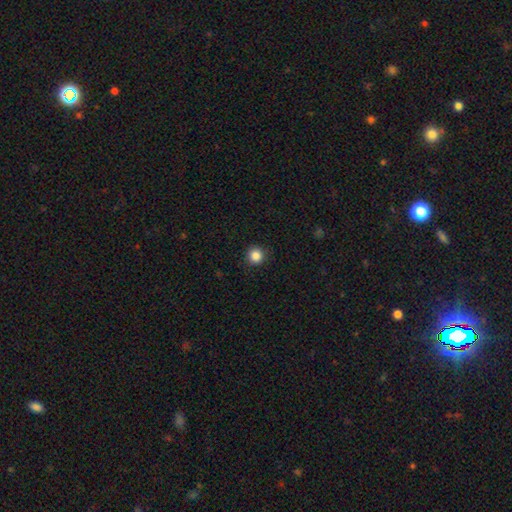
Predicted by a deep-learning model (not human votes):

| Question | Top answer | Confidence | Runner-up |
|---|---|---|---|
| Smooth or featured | smooth | 86% | star or artifact (10%) |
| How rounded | round | 94% | in between (5%) |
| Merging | none | 91% | minor disturbance (6%) |